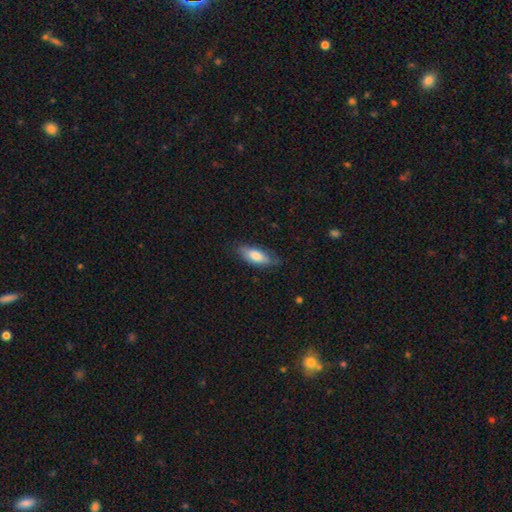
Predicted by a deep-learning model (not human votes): Morphology: type=smooth (72%); roundness=in between (72%); merging=none (71%).